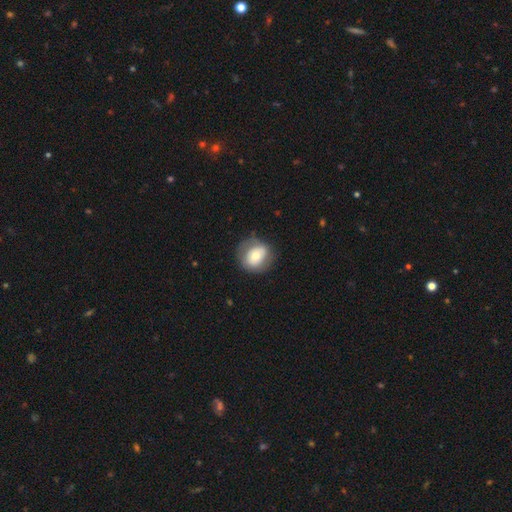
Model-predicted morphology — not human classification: Smooth or featured?
  - smooth: 61% *
  - featured or disk: 31%
  - star or artifact: 7%
How rounded?
  - round: 66% *
  - in between: 33%
  - cigar-shaped: 1%
Merging?
  - none: 70% *
  - minor disturbance: 20%
  - major disturbance: 9%
  - merger: 1%